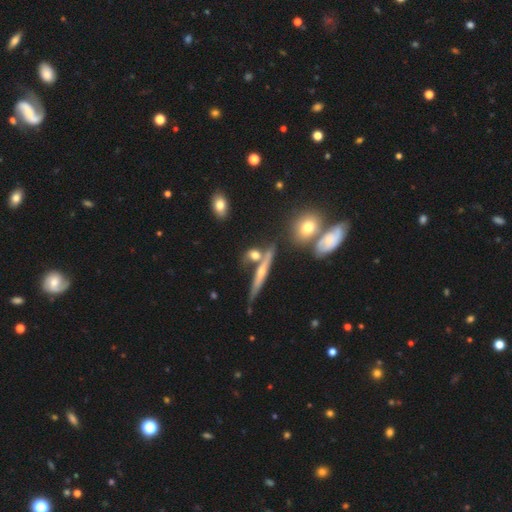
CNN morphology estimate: Q: Smooth or featured?
A: smooth (48%); runner-up: featured or disk (39%)
Q: Merging?
A: none (56%); runner-up: merger (23%)